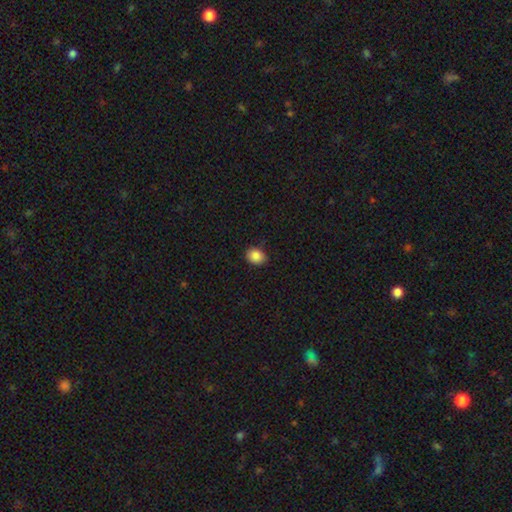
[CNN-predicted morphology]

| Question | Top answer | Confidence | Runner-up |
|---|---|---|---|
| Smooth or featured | smooth | 86% | star or artifact (9%) |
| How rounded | in between | 53% | round (46%) |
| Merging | none | 84% | minor disturbance (12%) |